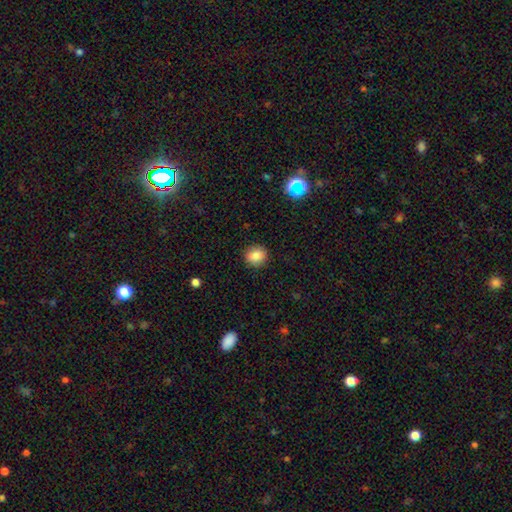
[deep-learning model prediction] This is clearly a smooth galaxy (85%). How rounded: likely round (76%). Merging: clearly none (88%).